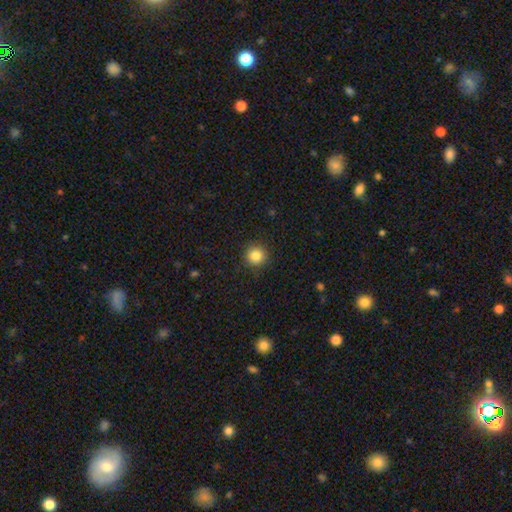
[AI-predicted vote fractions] This is clearly a smooth galaxy (84%). How rounded: clearly round (95%). Merging: clearly none (92%).